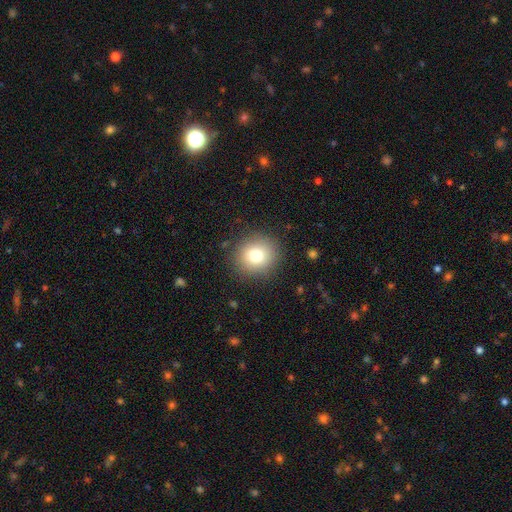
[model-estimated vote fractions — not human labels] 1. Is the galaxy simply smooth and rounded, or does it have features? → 77% smooth, 12% star or artifact, 11% featured or disk.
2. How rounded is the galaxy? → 88% round, 11% in between, 1% cigar-shaped.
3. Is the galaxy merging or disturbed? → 88% none, 7% minor disturbance, 3% major disturbance, 1% merger.